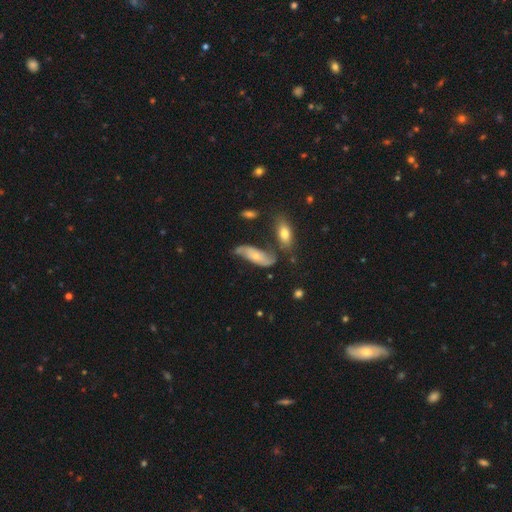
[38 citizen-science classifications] A featured or disk galaxy (63%) with no bar (80%), 2 (79%) loose (71%) spiral arms (70%) and a small central bulge (75%). Merging: minor disturbance (39%).